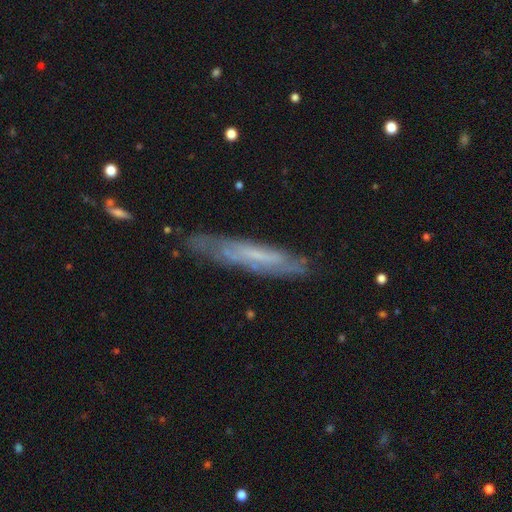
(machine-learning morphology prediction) A featured or disk galaxy (58%) viewed edge-on (61%). Merging: none (75%).